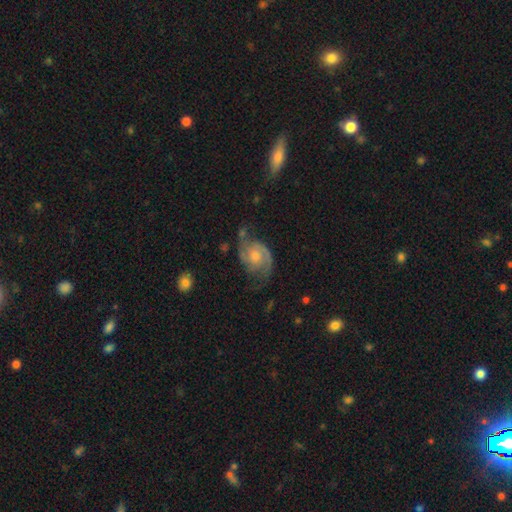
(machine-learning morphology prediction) This is clearly a featured or disk galaxy (83%). It is clearly not viewed edge-on (98%). Bar: likely no (66%). Spiral arm pattern: clearly yes (96%). Spiral arm count: clearly 2 (90%). Spiral winding: possibly medium (51%). Central bulge: possibly moderate (45%). Merging: possibly none (59%).